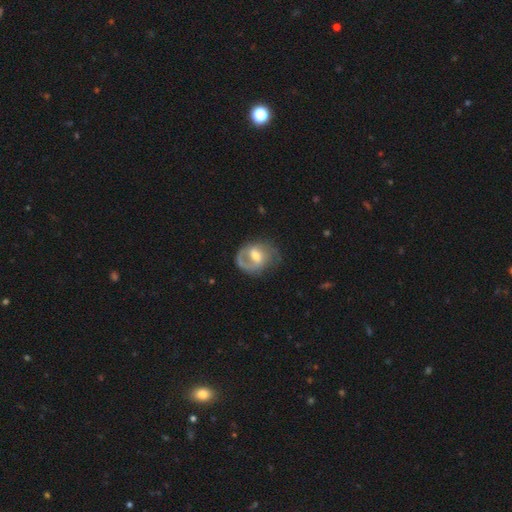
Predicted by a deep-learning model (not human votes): Overall: featured or disk (75%). Edge-on disk: no (97%). Bar: weak (55%; no 26%). Spiral arms: yes (88%). Spiral arm count: 2 (47%; 1 37%). Spiral winding: medium (45%; tight 31%). Bulge size: moderate (62%; small 26%). Merging: none (58%; minor disturbance 23%).